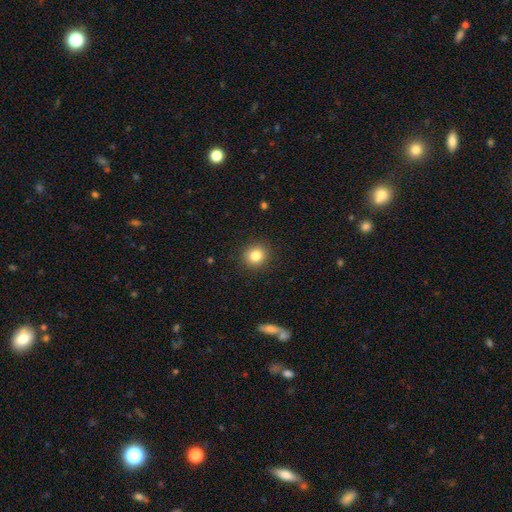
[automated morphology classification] Smooth or featured?
  - smooth: 83% *
  - star or artifact: 11%
  - featured or disk: 7%
How rounded?
  - round: 84% *
  - in between: 15%
  - cigar-shaped: 1%
Merging?
  - none: 90% *
  - minor disturbance: 7%
  - major disturbance: 2%
  - merger: 1%